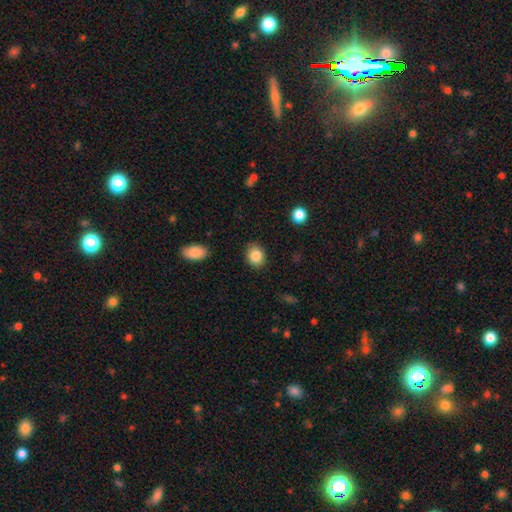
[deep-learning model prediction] Smooth or featured? smooth (84%)
How rounded? in between (50%)
Merging? none (87%)